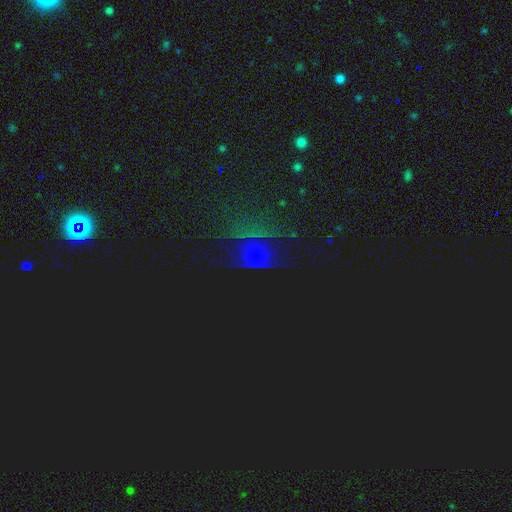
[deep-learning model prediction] Smooth or featured?
  - star or artifact: 60% *
  - smooth: 25%
  - featured or disk: 15%